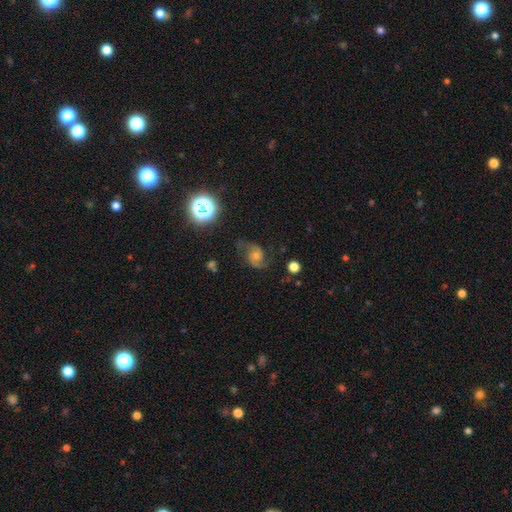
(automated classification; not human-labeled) Smooth or featured: featured or disk — 74% (star or artifact — 13%)
Edge-on disk: no — 97% (yes — 3%)
Bar: no — 67% (weak — 28%)
Spiral arms: yes — 95% (no — 5%)
Spiral winding: medium — 49% (loose — 37%)
Spiral arm count: 2 — 91% (can't tell — 4%)
Bulge size: moderate — 50% (small — 38%)
Merging: none — 73% (minor disturbance — 17%)